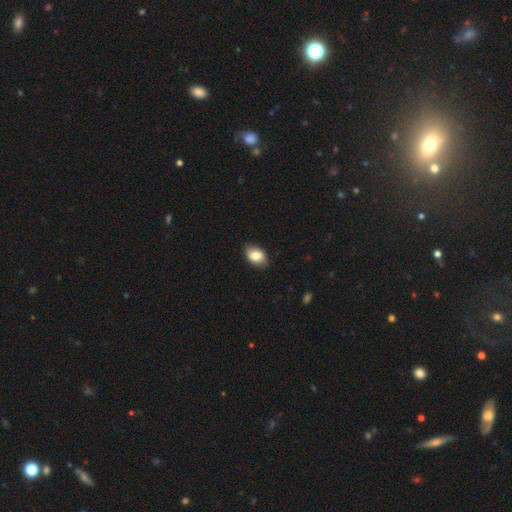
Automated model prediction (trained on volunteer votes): Smooth or featured: smooth — 83% (featured or disk — 10%)
How rounded: in between — 88% (round — 11%)
Merging: none — 87% (minor disturbance — 10%)